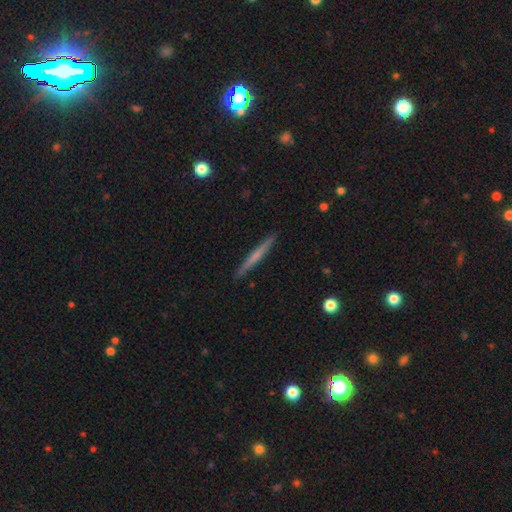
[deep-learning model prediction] Smooth or featured? Predicted: smooth (p=0.51). How rounded? Predicted: cigar-shaped (p=0.97). Merging? Predicted: none (p=0.92).